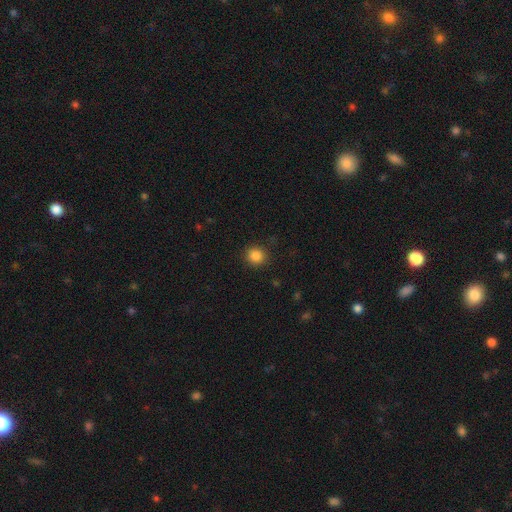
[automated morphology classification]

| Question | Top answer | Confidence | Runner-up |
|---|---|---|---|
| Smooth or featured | smooth | 85% | star or artifact (11%) |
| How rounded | round | 89% | in between (10%) |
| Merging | none | 89% | minor disturbance (8%) |